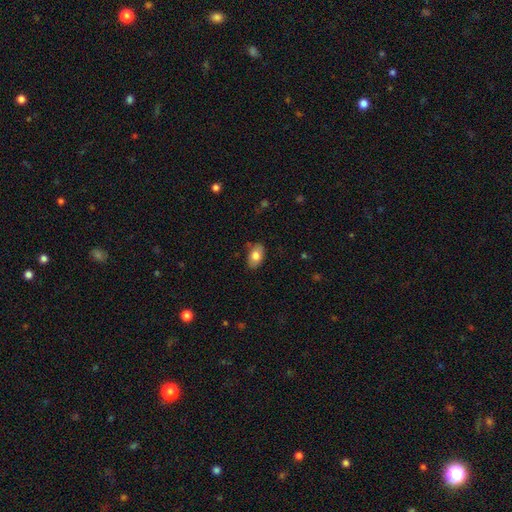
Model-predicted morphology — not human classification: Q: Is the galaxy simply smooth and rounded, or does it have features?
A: smooth — 79%.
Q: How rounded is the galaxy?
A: in between — 92%.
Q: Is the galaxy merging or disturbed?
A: none — 81%.